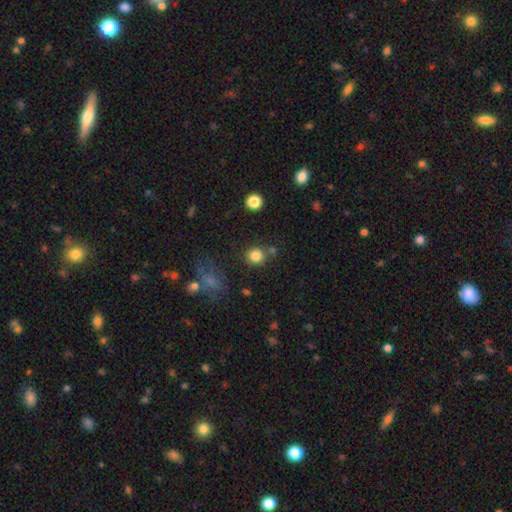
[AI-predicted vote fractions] The model was most divided on "merging": none: 75%, merger: 11%, minor disturbance: 10%, major disturbance: 4%. More confident: how rounded — round (90%); smooth or featured — smooth (82%).